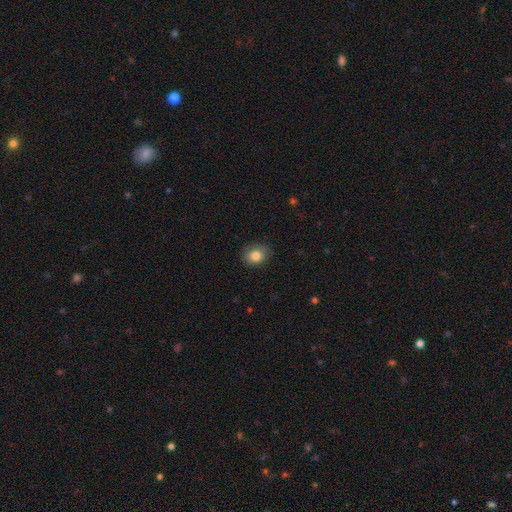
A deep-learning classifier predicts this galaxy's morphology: Smooth or featured? smooth (82%)
How rounded? round (56%)
Merging? none (80%)